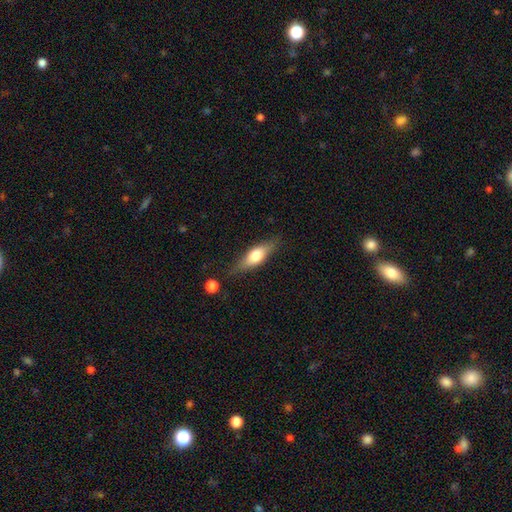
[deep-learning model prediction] Overall: smooth (59%; featured or disk 35%). How rounded: in between (58%; cigar-shaped 38%). Merging: none (77%).